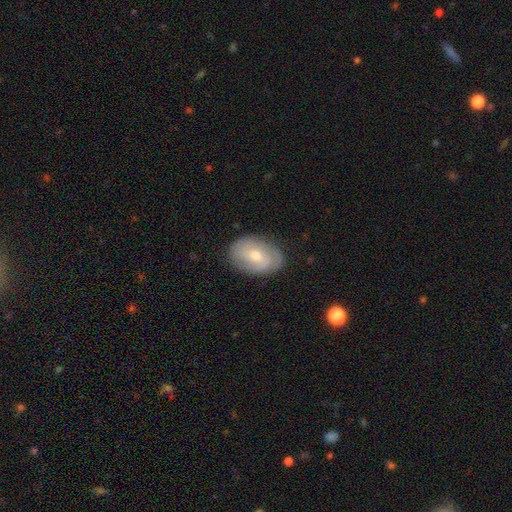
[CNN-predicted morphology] A featured or disk galaxy (63%) with no bar (57%), spiral arms (83%) and a moderate central bulge (59%). Merging: none (81%).